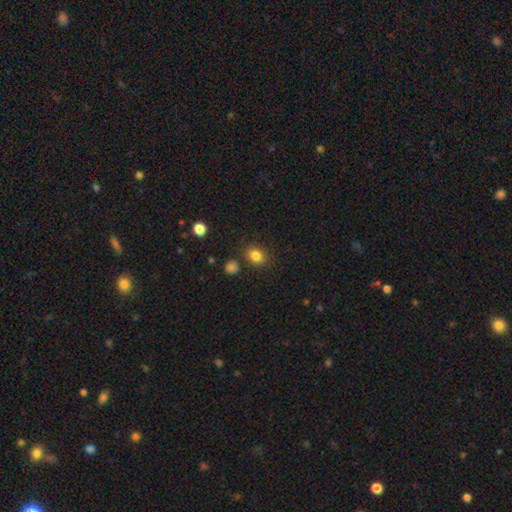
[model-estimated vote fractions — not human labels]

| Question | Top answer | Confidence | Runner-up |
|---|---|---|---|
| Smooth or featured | smooth | 83% | star or artifact (12%) |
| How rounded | round | 58% | in between (41%) |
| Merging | none | 82% | minor disturbance (10%) |